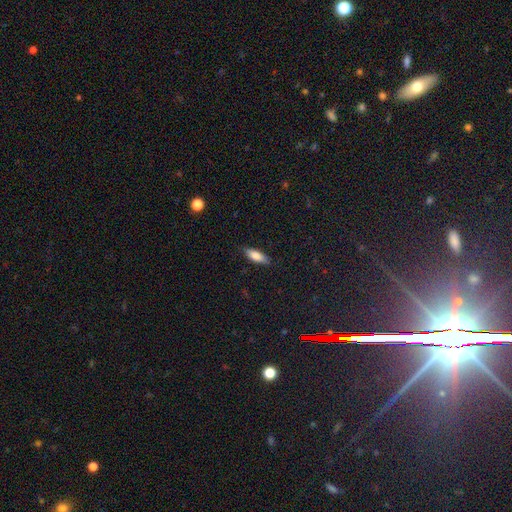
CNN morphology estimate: smooth 80%, featured or disk 13%, star or artifact 7%. Down the decision tree: how rounded — in between (61%); merging — none (85%).